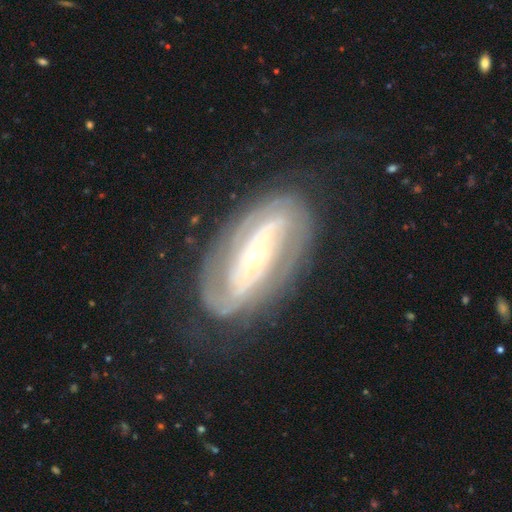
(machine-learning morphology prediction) Smooth or featured? Predicted: featured or disk (p=0.85). Edge-on disk? Predicted: no (p=0.94). Bar? Predicted: no (p=0.51). Spiral arms? Predicted: yes (p=0.90). Spiral winding? Predicted: tight (p=0.59). Spiral arm count? Predicted: 2 (p=0.59). Bulge size? Predicted: small (p=0.69). Merging? Predicted: none (p=0.74).